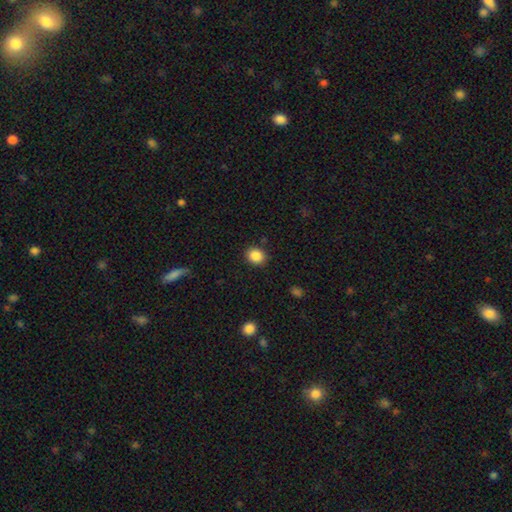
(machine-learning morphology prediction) The model was most divided on "how rounded": round: 67%, in between: 33%, cigar-shaped: 1%. More confident: merging — none (88%); smooth or featured — smooth (87%).